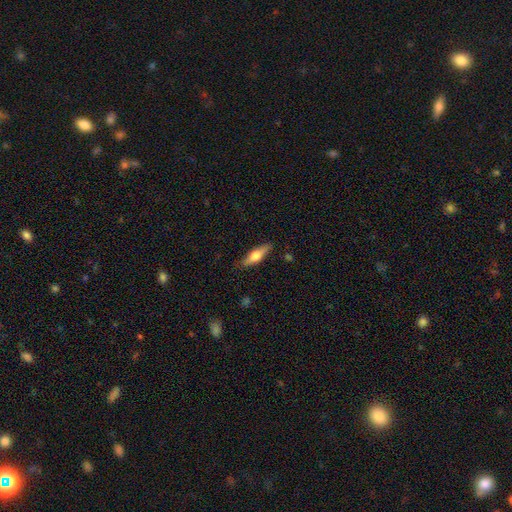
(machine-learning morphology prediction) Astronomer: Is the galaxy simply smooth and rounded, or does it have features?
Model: smooth — 51% (runner-up: featured or disk, 44%).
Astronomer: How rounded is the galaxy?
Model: cigar-shaped — 61% (runner-up: in between, 36%).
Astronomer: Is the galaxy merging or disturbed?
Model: none — 85%.